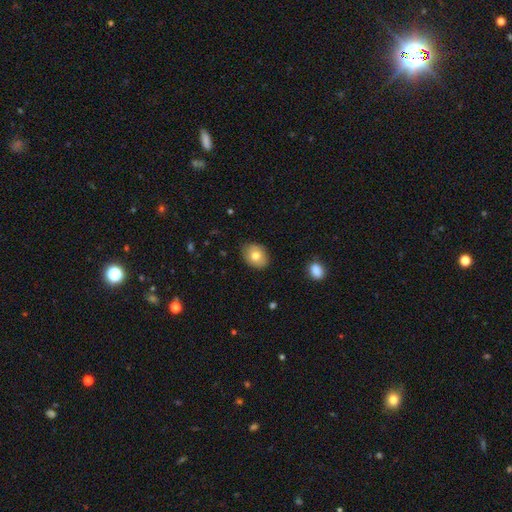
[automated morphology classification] A smooth galaxy with no disk features (77%) that is in between round and cigar-shaped (70%). Merging: none (85%).